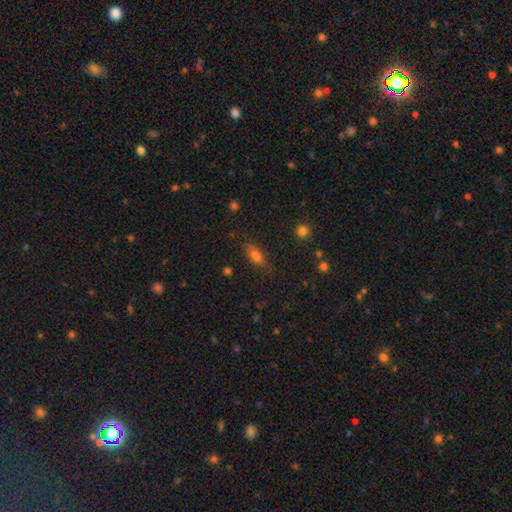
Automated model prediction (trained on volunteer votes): Q: Smooth or featured?
A: smooth (75%); runner-up: featured or disk (13%)
Q: How rounded?
A: in between (73%); runner-up: cigar-shaped (22%)
Q: Merging?
A: none (75%); runner-up: minor disturbance (17%)